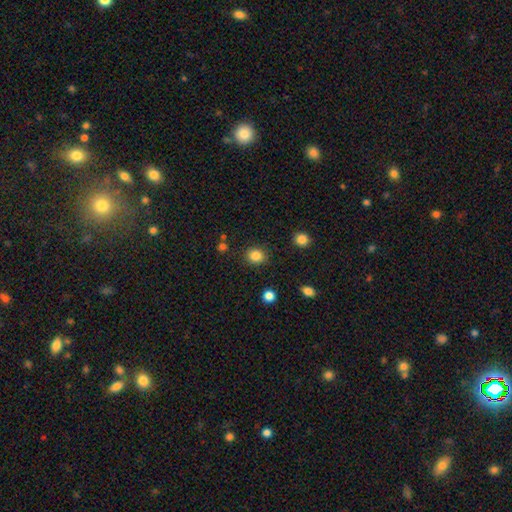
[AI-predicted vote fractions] Morphology: type=smooth (85%); roundness=round (76%); merging=none (87%).